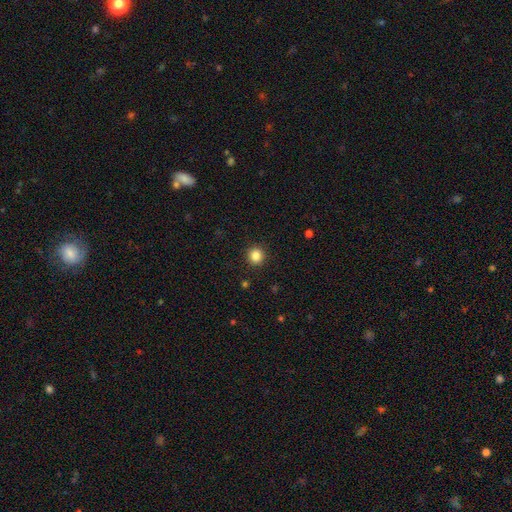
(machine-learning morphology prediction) Smooth or featured?
  - smooth: 85% *
  - star or artifact: 11%
  - featured or disk: 4%
How rounded?
  - round: 93% *
  - in between: 6%
  - cigar-shaped: 1%
Merging?
  - none: 92% *
  - minor disturbance: 5%
  - major disturbance: 2%
  - merger: 1%